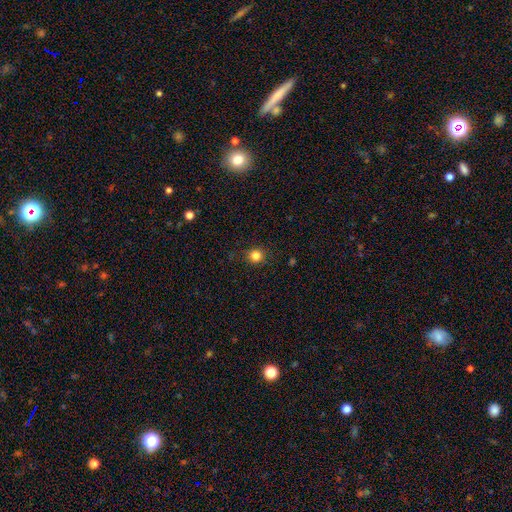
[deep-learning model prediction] Q: Smooth or featured?
A: smooth (83%); runner-up: star or artifact (12%)
Q: How rounded?
A: round (92%); runner-up: in between (7%)
Q: Merging?
A: none (88%); runner-up: minor disturbance (9%)